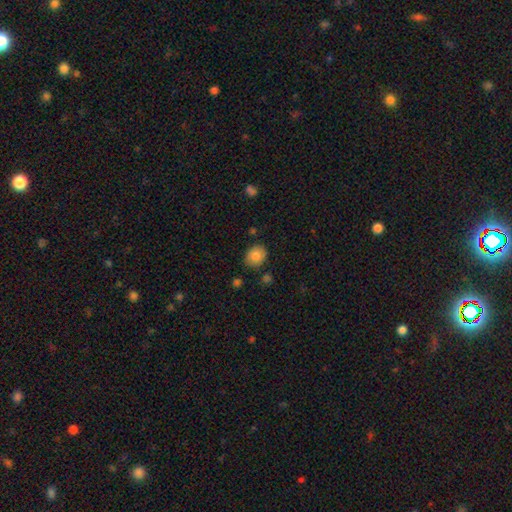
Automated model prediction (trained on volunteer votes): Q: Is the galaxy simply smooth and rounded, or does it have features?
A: smooth — 83%.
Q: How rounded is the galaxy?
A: round — 56%.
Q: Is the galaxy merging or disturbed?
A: none — 79%.